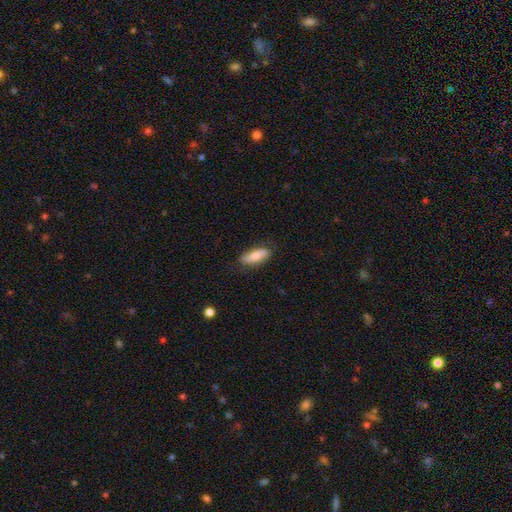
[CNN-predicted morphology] A smooth galaxy with no disk features (71%) that is in between round and cigar-shaped (65%). Merging: none (80%).